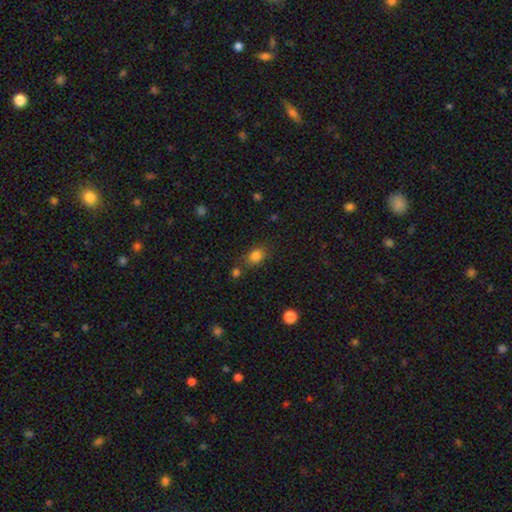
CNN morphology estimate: Smooth or featured: smooth — 82% (star or artifact — 12%)
How rounded: in between — 55% (round — 43%)
Merging: none — 72% (minor disturbance — 15%)